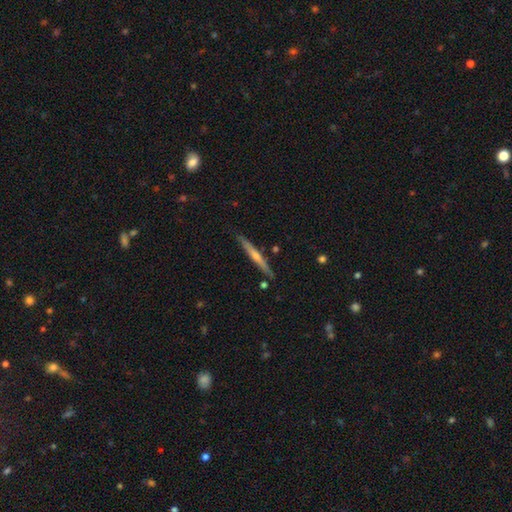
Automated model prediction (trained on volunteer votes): A featured or disk galaxy (63%) viewed edge-on (97%) with a rounded central bulge (63%). Merging: none (88%).